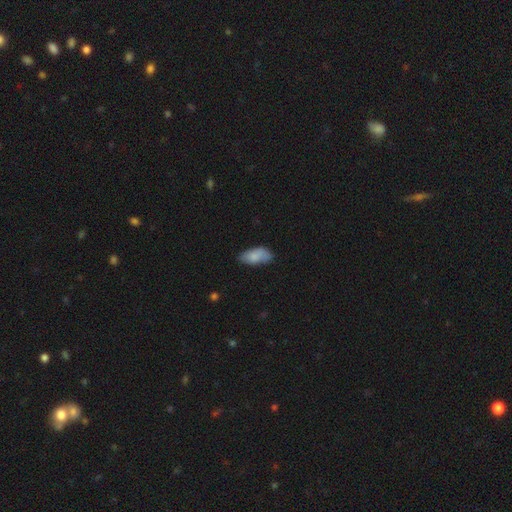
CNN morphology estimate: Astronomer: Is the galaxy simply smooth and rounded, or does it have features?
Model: smooth — 82%.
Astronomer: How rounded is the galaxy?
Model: in between — 89%.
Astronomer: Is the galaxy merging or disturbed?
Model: none — 63%.